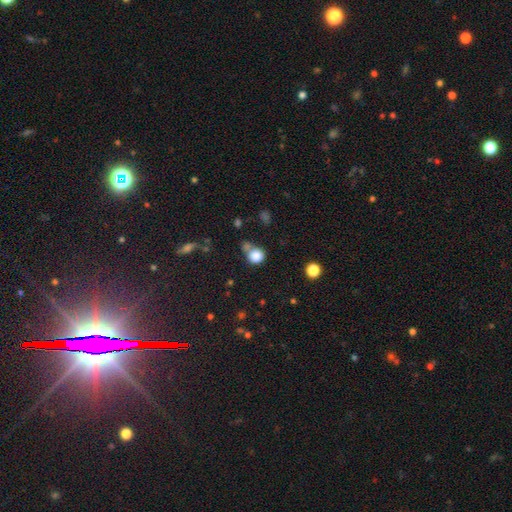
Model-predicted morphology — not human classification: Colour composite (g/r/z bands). It shows a smooth galaxy with no disk features (83%) that is round (83%). Merging: none (48%).